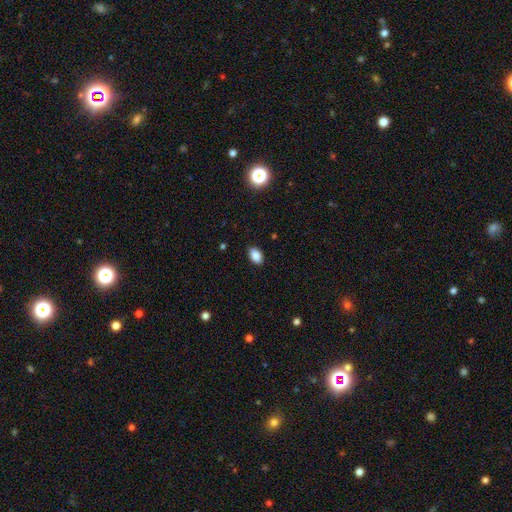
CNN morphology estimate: A smooth galaxy with no disk features (87%) that is in between round and cigar-shaped (91%).

Vote fractions:
- Smooth or featured? smooth: 87% / star or artifact: 9% / featured or disk: 4%
- How rounded? in between: 91% / round: 7% / cigar-shaped: 2%
- Merging? none: 88% / minor disturbance: 9% / major disturbance: 2% / merger: 1%